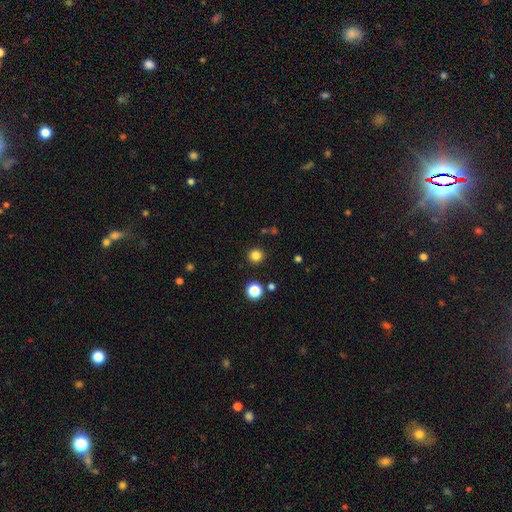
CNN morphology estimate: The model was most divided on "smooth or featured": smooth: 82%, star or artifact: 13%, featured or disk: 4%. More confident: how rounded — round (94%); merging — none (91%).